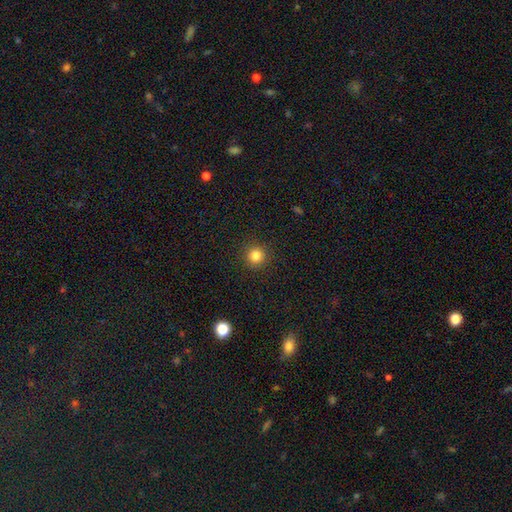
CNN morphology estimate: Overall: smooth (83%). How rounded: round (94%). Merging: none (91%).